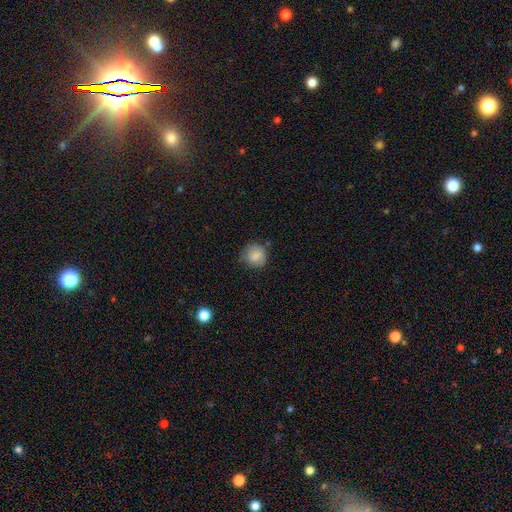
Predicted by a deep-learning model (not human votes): Morphology: type=smooth (83%); roundness=round (84%); merging=none (65%).